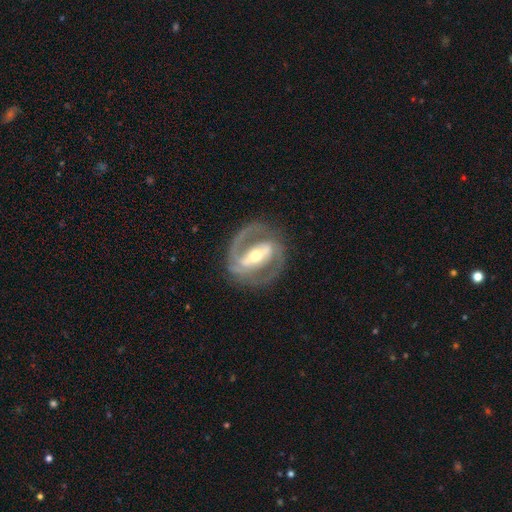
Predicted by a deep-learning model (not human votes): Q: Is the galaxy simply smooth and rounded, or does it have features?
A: featured or disk — 89%.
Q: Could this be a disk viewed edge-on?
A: no — 95%.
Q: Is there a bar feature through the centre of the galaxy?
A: strong — 67%.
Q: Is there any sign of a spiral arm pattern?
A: yes — 92%.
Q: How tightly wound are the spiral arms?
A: medium — 48%.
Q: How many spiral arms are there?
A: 2 — 88%.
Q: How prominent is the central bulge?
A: moderate — 60%.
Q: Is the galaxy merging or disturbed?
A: none — 80%.